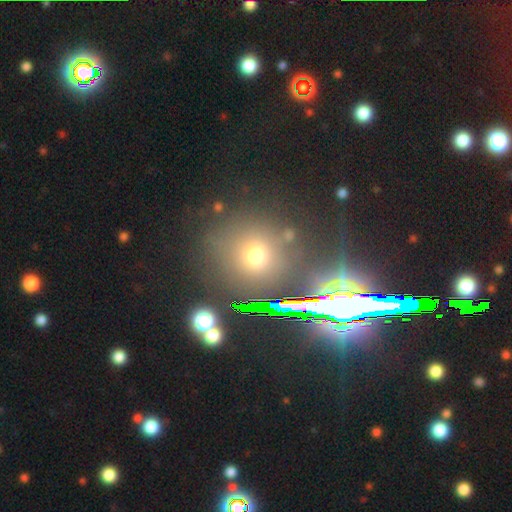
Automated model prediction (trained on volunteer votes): Smooth or featured: smooth — 61% (star or artifact — 29%)
How rounded: round — 86% (in between — 12%)
Merging: none — 77% (minor disturbance — 10%)